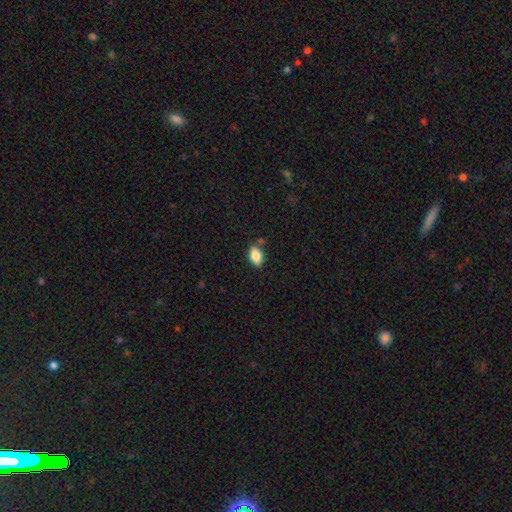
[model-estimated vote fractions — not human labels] A smooth galaxy with no disk features (84%) that is in between round and cigar-shaped (90%). Merging: none (75%).